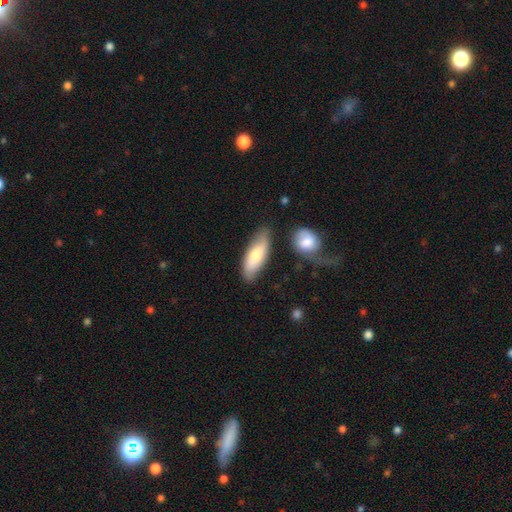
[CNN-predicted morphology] Overall: smooth (68%). How rounded: in between (67%; cigar-shaped 30%). Merging: none (74%).